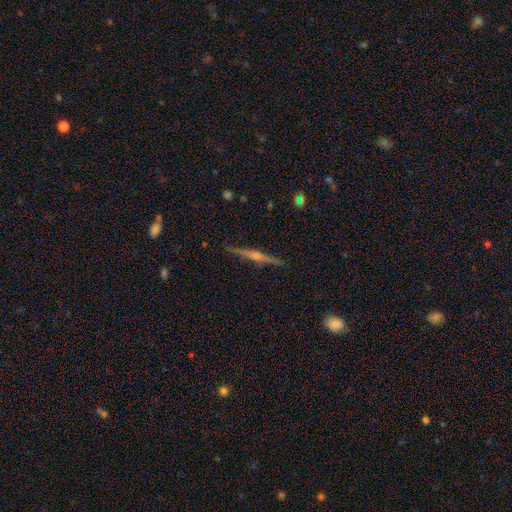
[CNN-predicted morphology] smooth-or-featured: featured or disk: 79% | smooth: 14% | star or artifact: 8%
  disk-edge-on: yes: 98% | no: 2%
    edge-on-bulge: rounded: 81% | boxy: 10% | none: 9%
  merging: none: 90% | minor disturbance: 7% | major disturbance: 2% | merger: 1%